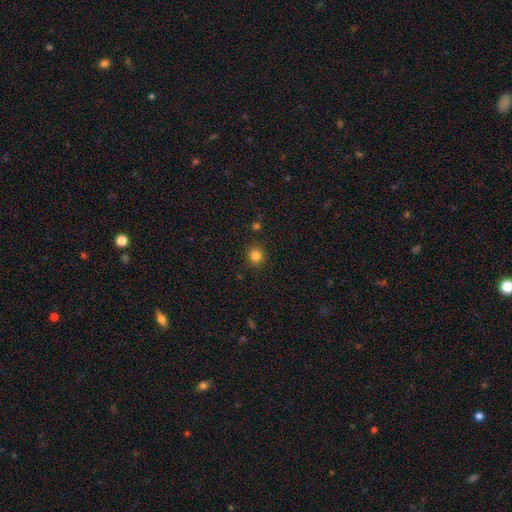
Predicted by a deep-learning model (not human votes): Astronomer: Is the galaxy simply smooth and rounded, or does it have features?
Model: smooth — 83%.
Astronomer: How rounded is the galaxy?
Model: round — 86%.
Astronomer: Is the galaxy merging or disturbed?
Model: none — 89%.